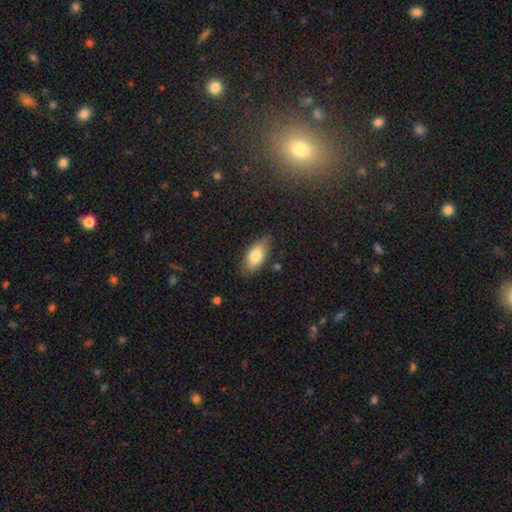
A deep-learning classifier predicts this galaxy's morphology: smooth 79%, featured or disk 14%, star or artifact 7%. Down the decision tree: how rounded — in between (90%); merging — none (78%).